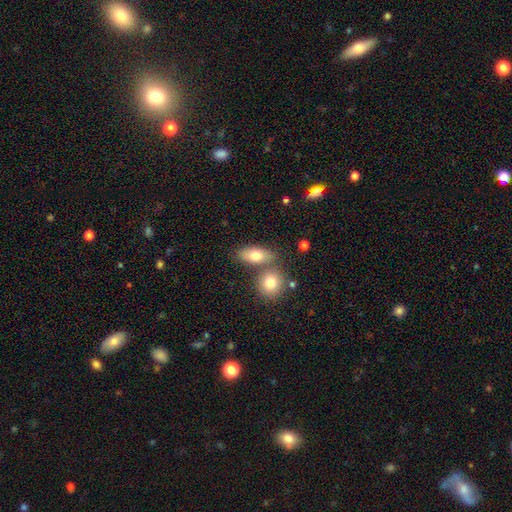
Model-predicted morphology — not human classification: type=smooth (76%); roundness=in between (80%); merging=none (58%).